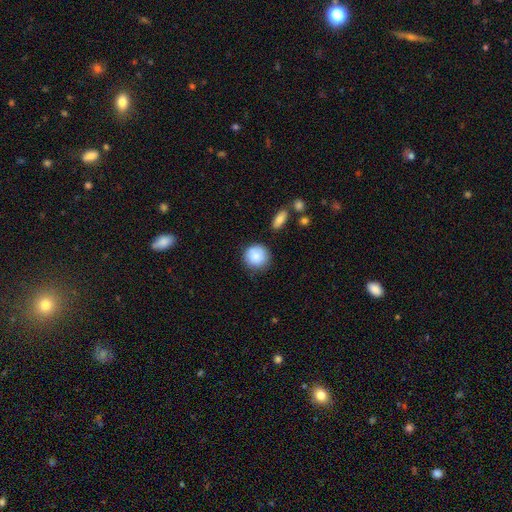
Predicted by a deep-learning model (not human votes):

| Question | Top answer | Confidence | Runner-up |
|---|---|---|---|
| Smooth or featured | smooth | 87% | star or artifact (7%) |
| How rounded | round | 92% | in between (7%) |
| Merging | none | 80% | minor disturbance (14%) |